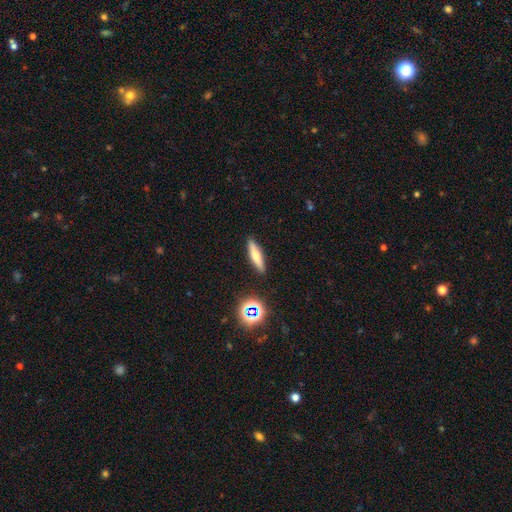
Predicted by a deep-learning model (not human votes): smooth_or_featured: smooth (p=0.53) [alt: featured or disk p=0.37]
how_rounded: cigar-shaped (p=0.76) [alt: in between p=0.21]
merging: none (p=0.89) [alt: minor disturbance p=0.07]